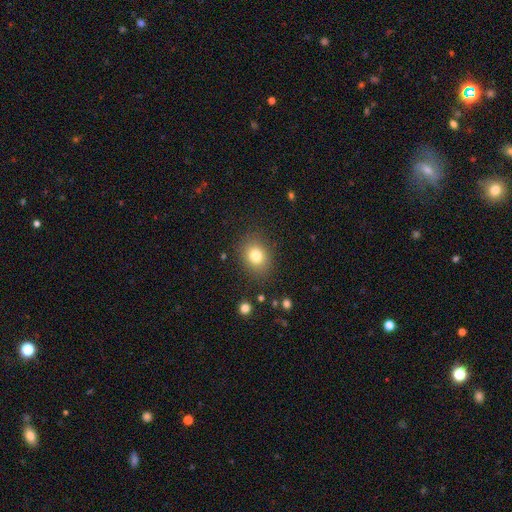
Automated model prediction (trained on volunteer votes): A smooth galaxy with no disk features (80%) that is round (56%). Merging: none (85%).